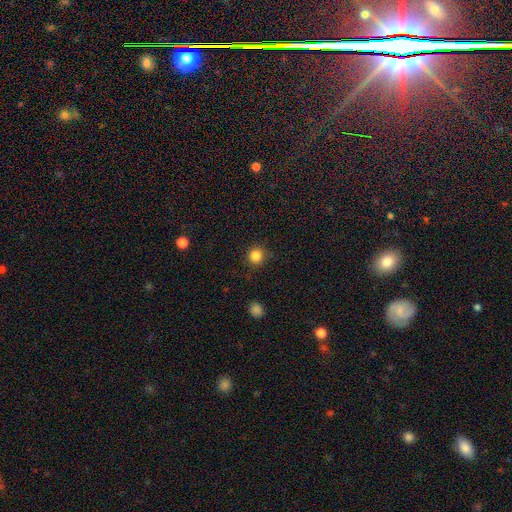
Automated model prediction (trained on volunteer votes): Smooth or featured? smooth (85%)
How rounded? round (94%)
Merging? none (87%)